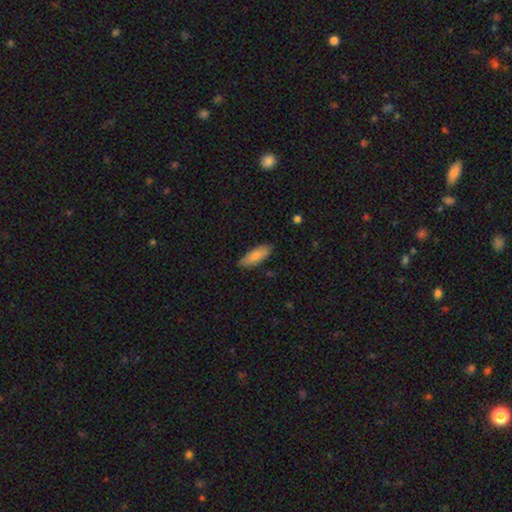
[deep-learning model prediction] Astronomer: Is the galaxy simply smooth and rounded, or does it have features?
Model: smooth — 79%.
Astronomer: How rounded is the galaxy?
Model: in between — 72%.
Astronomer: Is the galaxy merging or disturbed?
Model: none — 81%.